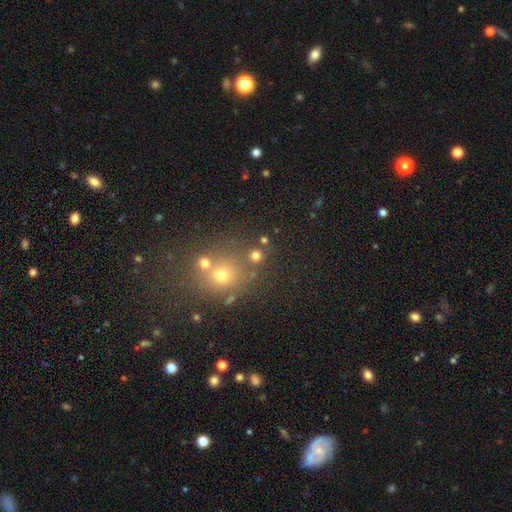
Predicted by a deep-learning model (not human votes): Overall: smooth (72%). How rounded: round (90%). Merging: none (72%).